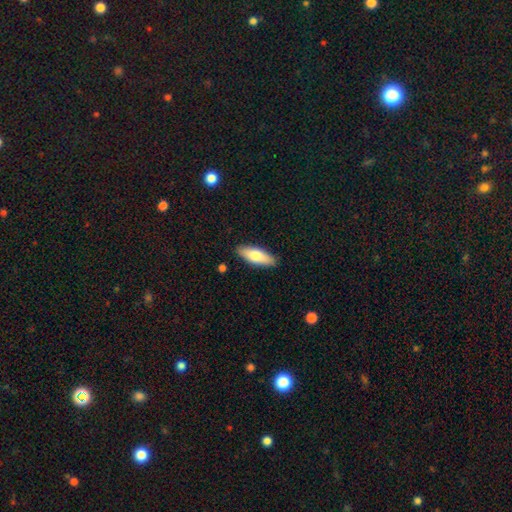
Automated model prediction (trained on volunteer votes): A smooth galaxy with no disk features (70%) that is in between round and cigar-shaped (67%). Merging: none (88%).